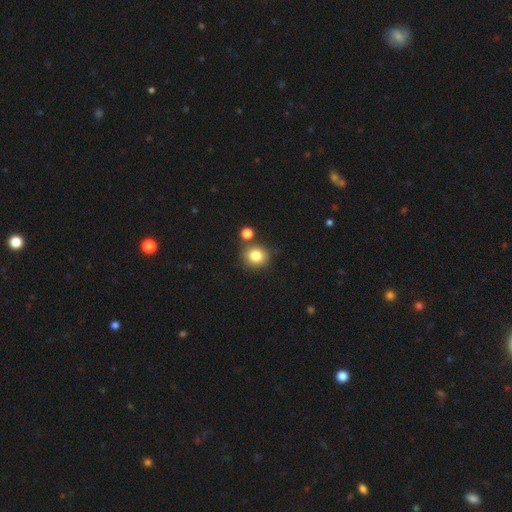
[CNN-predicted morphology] Smooth or featured? smooth (82%)
How rounded? round (85%)
Merging? none (75%)